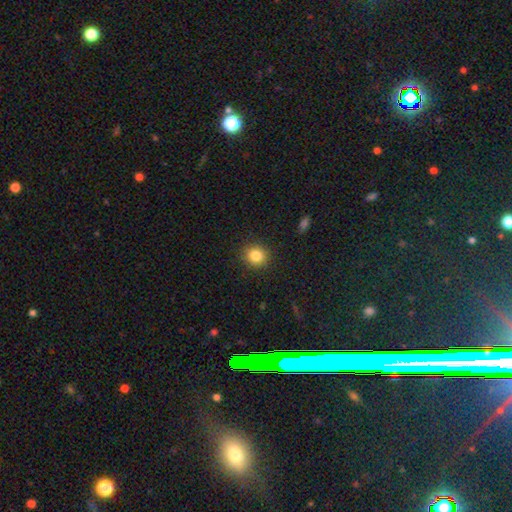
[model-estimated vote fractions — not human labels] Smooth or featured? smooth (84%)
How rounded? round (84%)
Merging? none (90%)